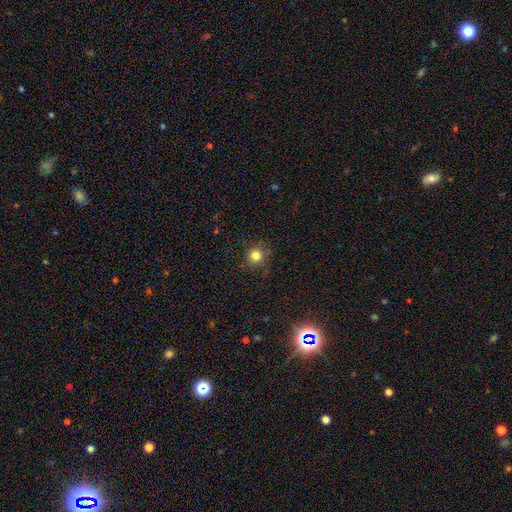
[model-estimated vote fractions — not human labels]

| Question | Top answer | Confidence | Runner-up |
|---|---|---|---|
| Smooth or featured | smooth | 80% | star or artifact (14%) |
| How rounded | round | 93% | in between (6%) |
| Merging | none | 83% | minor disturbance (12%) |